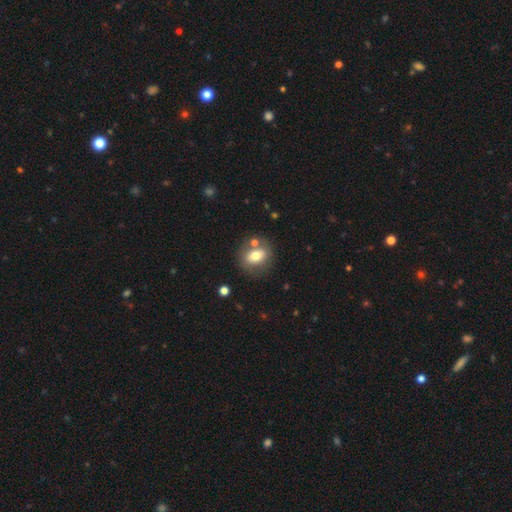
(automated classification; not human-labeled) Overall: smooth (67%). How rounded: in between (49%, tied with round). Merging: none (69%).